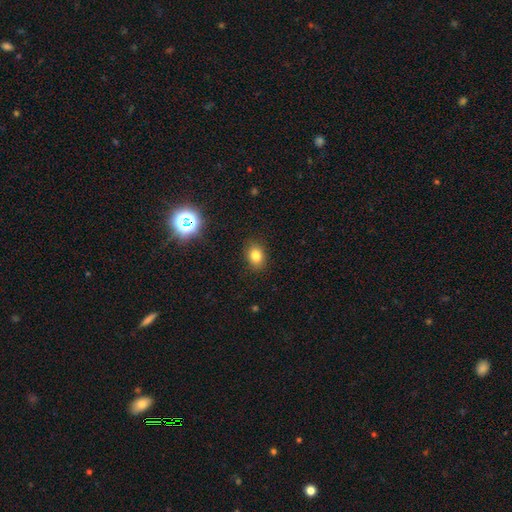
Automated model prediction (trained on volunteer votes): Smooth or featured: smooth — 80% (star or artifact — 13%)
How rounded: in between — 61% (round — 38%)
Merging: none — 88% (minor disturbance — 9%)